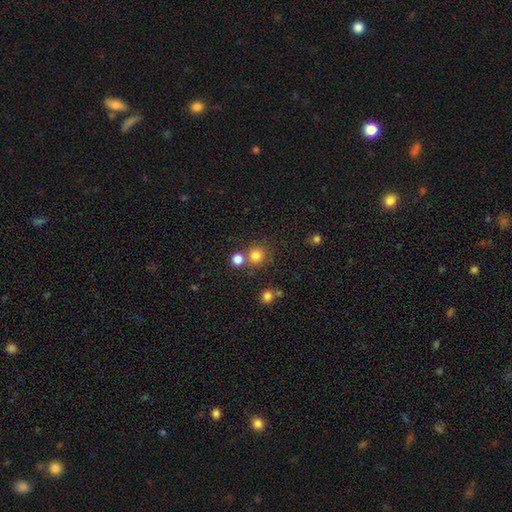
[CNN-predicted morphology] Smooth or featured: smooth — 79% (star or artifact — 15%)
How rounded: round — 91% (in between — 8%)
Merging: none — 71% (merger — 18%)